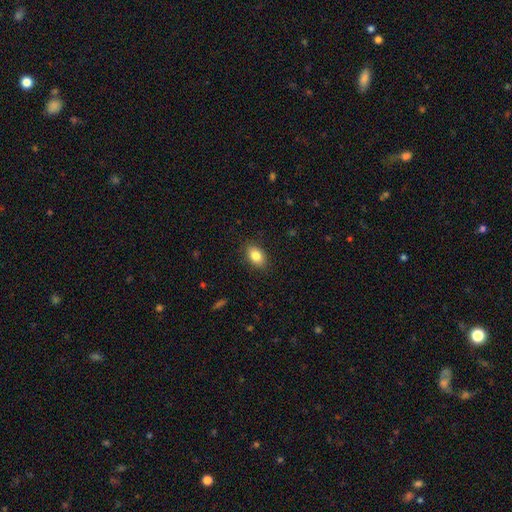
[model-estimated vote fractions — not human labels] Overall: smooth (84%). How rounded: in between (85%). Merging: none (87%).